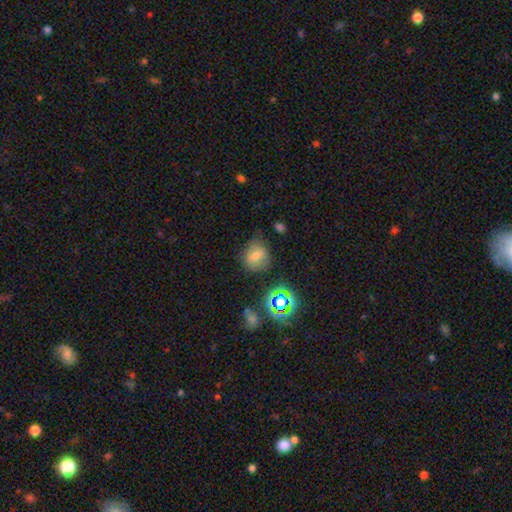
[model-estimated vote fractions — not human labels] Q: Smooth or featured?
A: smooth (60%); runner-up: featured or disk (21%)
Q: How rounded?
A: round (63%); runner-up: in between (35%)
Q: Merging?
A: none (68%); runner-up: minor disturbance (21%)